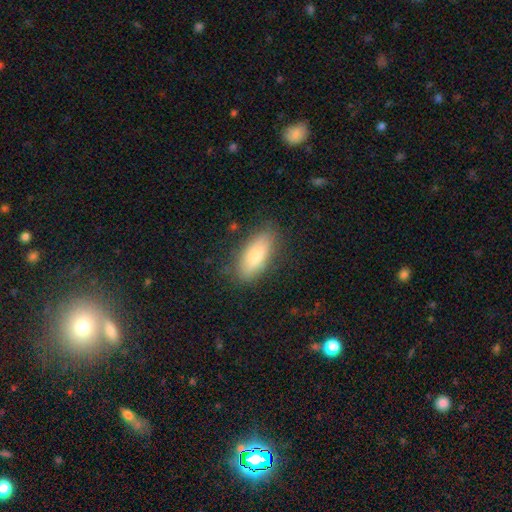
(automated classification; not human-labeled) A smooth galaxy with no disk features (75%) that is in between round and cigar-shaped (72%). Merging: none (81%).